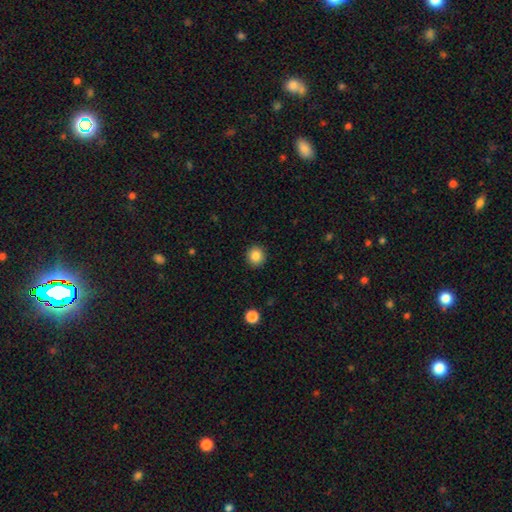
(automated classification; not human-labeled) Q: Smooth or featured?
A: smooth (87%); runner-up: star or artifact (10%)
Q: How rounded?
A: round (89%); runner-up: in between (10%)
Q: Merging?
A: none (91%); runner-up: minor disturbance (6%)